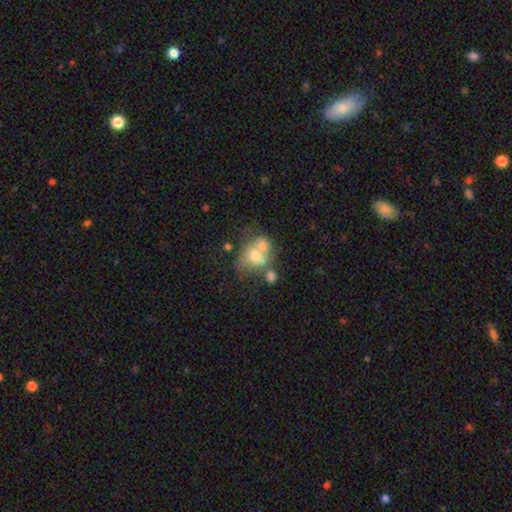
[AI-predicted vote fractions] This appears to be a smooth galaxy with no disk features (60%) that is round (59%). Merging: merger (55%).